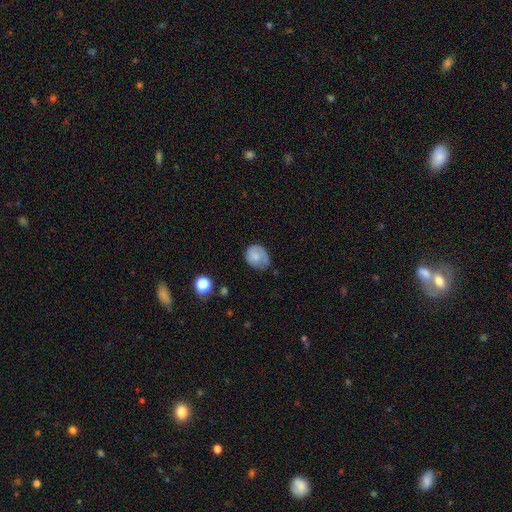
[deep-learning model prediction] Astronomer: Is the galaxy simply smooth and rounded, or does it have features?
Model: smooth — 71%.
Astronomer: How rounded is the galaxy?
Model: round — 56% (runner-up: in between, 43%).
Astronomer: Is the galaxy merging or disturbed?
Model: none — 47% (runner-up: minor disturbance, 37%).